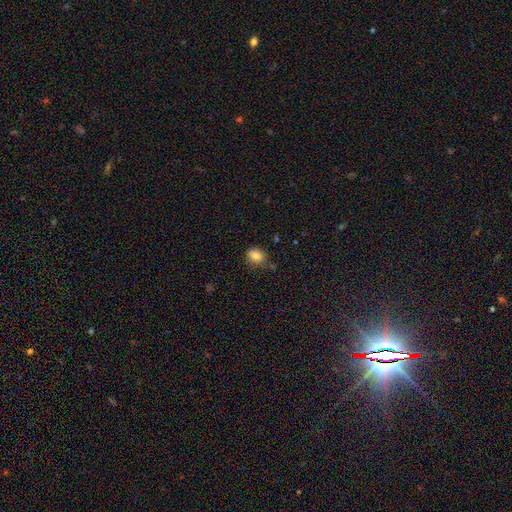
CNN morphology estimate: A smooth galaxy with no disk features (83%) that is round (53%). Merging: none (75%).